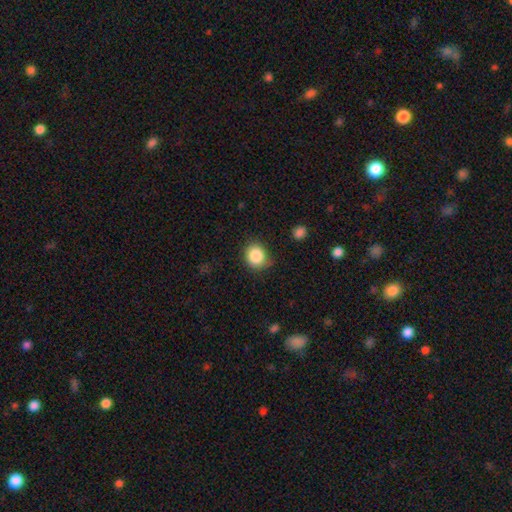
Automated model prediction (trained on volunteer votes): Smooth or featured?
  - smooth: 86% *
  - star or artifact: 9%
  - featured or disk: 5%
How rounded?
  - round: 81% *
  - in between: 19%
  - cigar-shaped: 1%
Merging?
  - none: 79% *
  - minor disturbance: 16%
  - major disturbance: 4%
  - merger: 2%